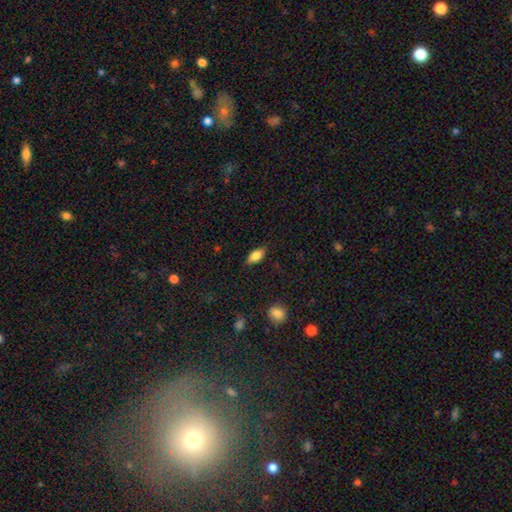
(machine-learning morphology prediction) Overall: smooth (77%). How rounded: in between (85%). Merging: none (82%).